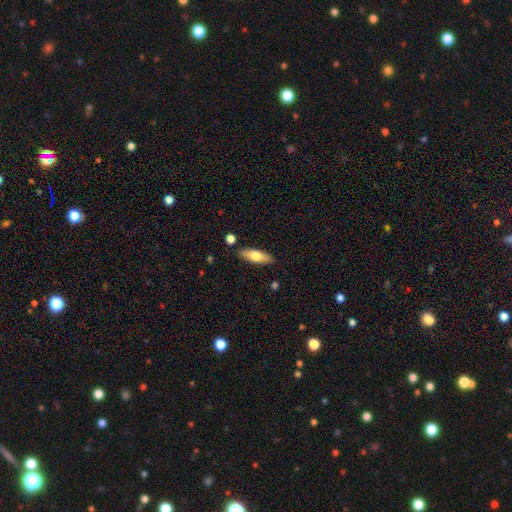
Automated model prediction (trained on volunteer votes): Morphology: type=smooth (65%); roundness=in between (55%); merging=none (86%).